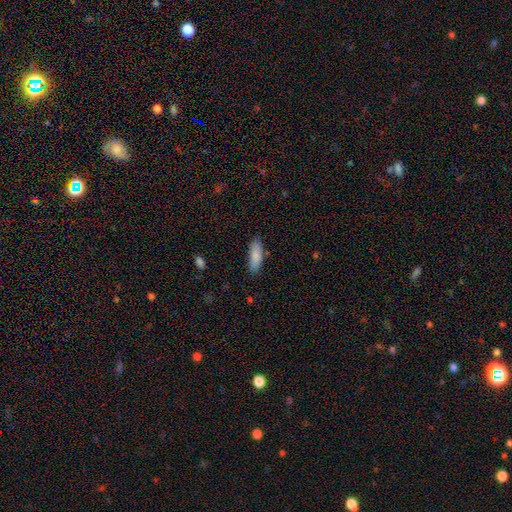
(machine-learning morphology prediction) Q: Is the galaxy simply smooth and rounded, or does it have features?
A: smooth — 86%.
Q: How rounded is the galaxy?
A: in between — 60%.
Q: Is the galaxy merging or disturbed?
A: none — 84%.